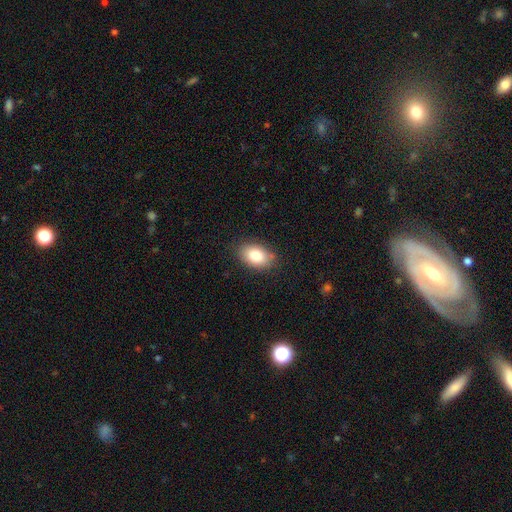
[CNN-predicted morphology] Overall: smooth (82%). How rounded: in between (86%). Merging: none (83%).